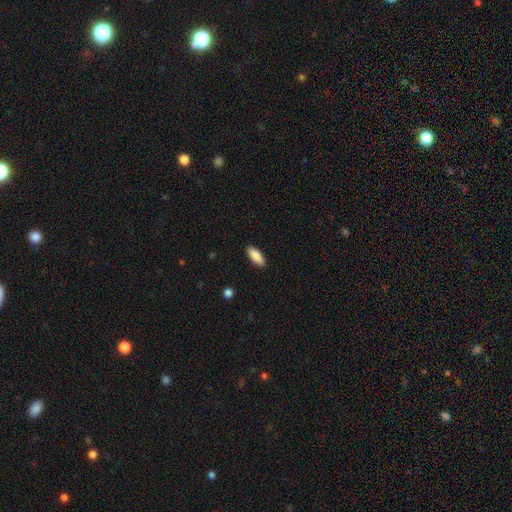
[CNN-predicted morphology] type=smooth (87%); roundness=in between (72%); merging=none (90%).